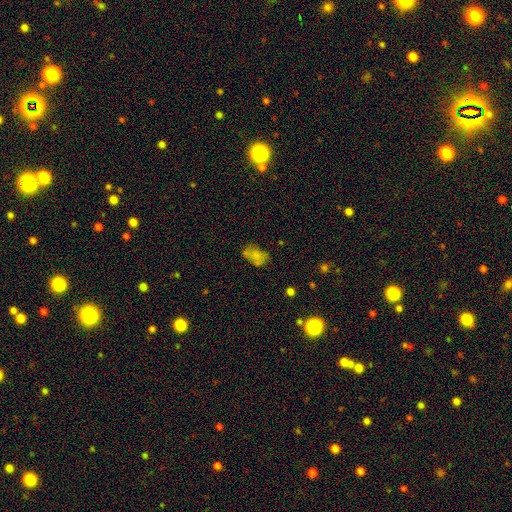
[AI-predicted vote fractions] Morphology: type=smooth (67%); roundness=in between (81%); merging=none (51%).